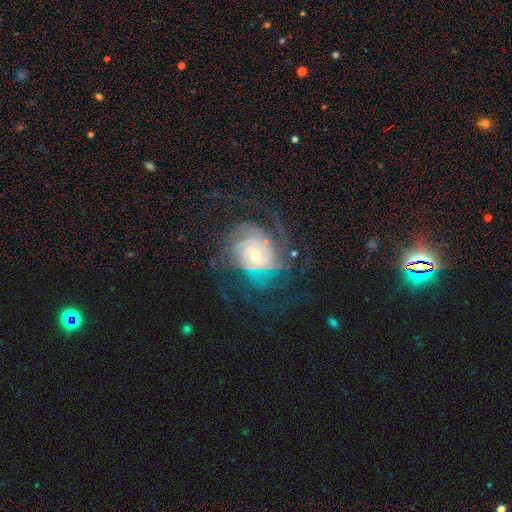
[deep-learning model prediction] The model was most divided on "spiral arm count": can't tell: 32%, 4: 17%, 2: 16%, 3: 15%, more than 4: 12%, 1: 8%. More confident: edge-on disk — no (97%); spiral arms — yes (96%); smooth or featured — featured or disk (86%); spiral winding — tight (68%); merging — none (67%); bar — no (59%); bulge size — small (57%).